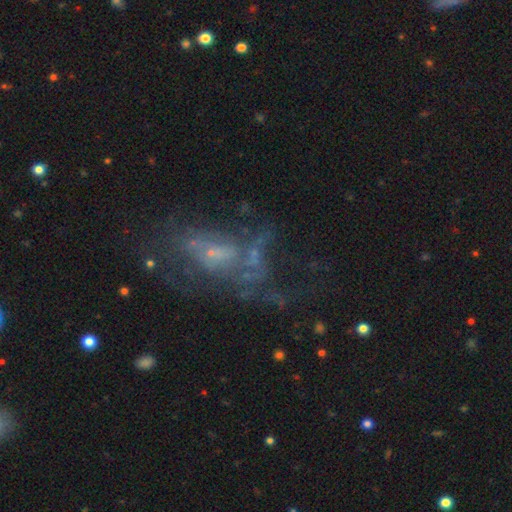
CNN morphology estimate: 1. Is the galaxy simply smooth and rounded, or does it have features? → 62% featured or disk, 20% smooth, 18% star or artifact.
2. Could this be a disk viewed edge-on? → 96% no, 4% yes.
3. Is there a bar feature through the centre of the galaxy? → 69% no, 23% weak, 8% strong.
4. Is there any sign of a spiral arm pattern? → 55% no, 45% yes.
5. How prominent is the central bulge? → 60% small, 22% none, 14% moderate, 2% large, 1% dominant.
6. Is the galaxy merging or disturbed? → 37% major disturbance, 33% none, 15% minor disturbance, 15% merger.